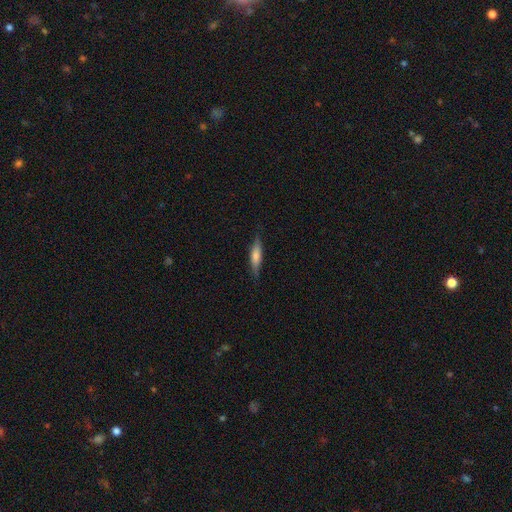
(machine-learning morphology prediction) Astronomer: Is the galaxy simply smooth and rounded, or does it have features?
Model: smooth — 59% (runner-up: featured or disk, 35%).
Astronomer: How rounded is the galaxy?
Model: cigar-shaped — 75%.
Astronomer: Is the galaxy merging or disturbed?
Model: none — 82%.